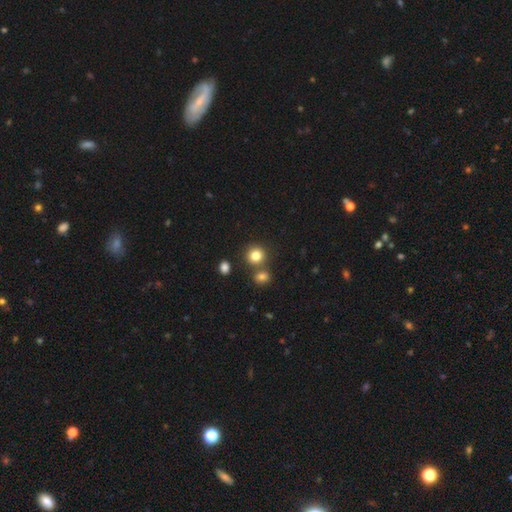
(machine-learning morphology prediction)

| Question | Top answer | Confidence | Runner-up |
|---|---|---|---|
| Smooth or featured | smooth | 81% | star or artifact (12%) |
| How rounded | round | 89% | in between (10%) |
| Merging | none | 71% | merger (19%) |